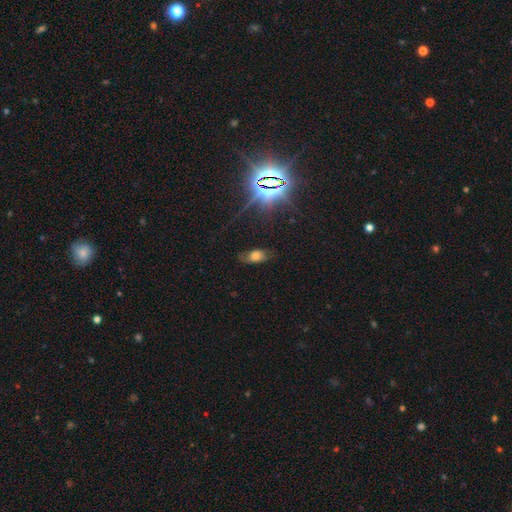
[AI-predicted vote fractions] Q: Smooth or featured?
A: smooth (56%); runner-up: star or artifact (23%)
Q: How rounded?
A: in between (86%); runner-up: cigar-shaped (7%)
Q: Merging?
A: none (70%); runner-up: minor disturbance (20%)